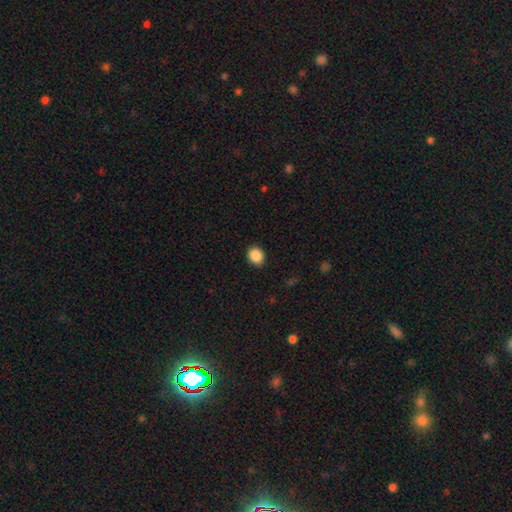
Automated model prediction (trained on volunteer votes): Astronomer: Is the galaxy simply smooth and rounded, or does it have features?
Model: smooth — 89%.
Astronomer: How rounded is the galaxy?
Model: round — 65%.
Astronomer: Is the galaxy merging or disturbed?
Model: none — 90%.